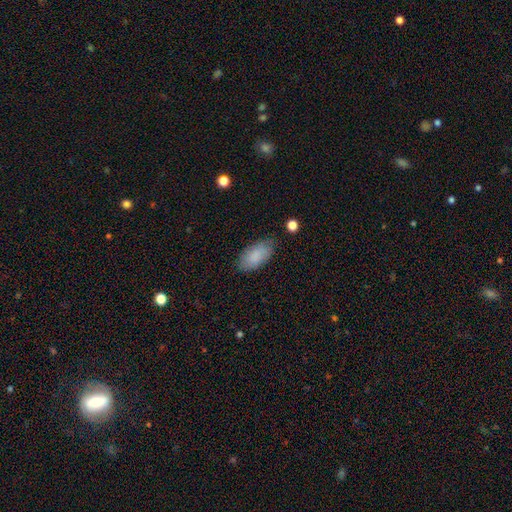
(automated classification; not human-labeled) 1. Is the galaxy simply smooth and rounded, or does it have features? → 86% smooth, 8% featured or disk, 6% star or artifact.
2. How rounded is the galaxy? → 94% in between, 4% cigar-shaped, 2% round.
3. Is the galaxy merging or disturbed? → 78% none, 16% minor disturbance, 4% major disturbance, 2% merger.